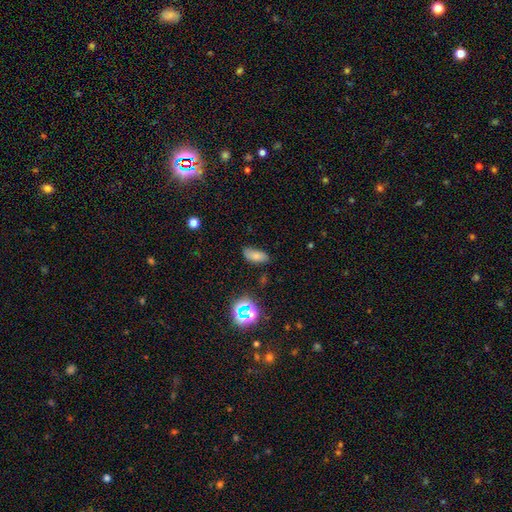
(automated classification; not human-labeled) Smooth or featured?
  - smooth: 73% *
  - star or artifact: 15%
  - featured or disk: 12%
How rounded?
  - in between: 86% *
  - cigar-shaped: 10%
  - round: 4%
Merging?
  - none: 74% *
  - minor disturbance: 20%
  - major disturbance: 4%
  - merger: 2%